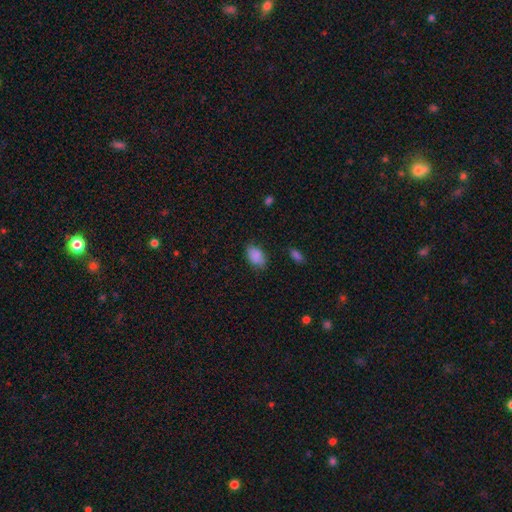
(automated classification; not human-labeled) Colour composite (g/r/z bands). It shows a smooth galaxy with no disk features (88%) that is in between round and cigar-shaped (89%). Merging: none (77%).